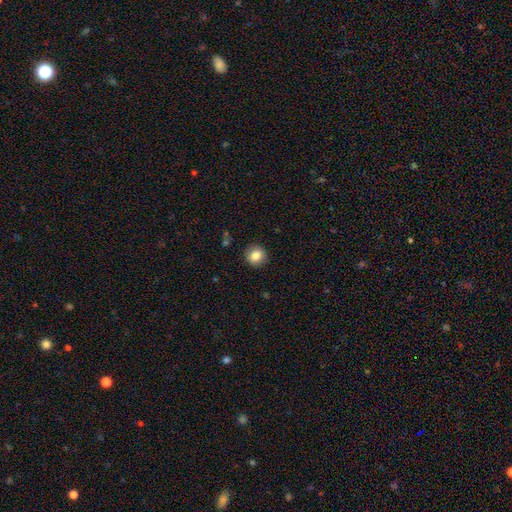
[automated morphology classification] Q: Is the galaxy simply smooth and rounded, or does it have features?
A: smooth — 84%.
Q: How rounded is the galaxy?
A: round — 90%.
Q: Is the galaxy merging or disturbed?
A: none — 90%.